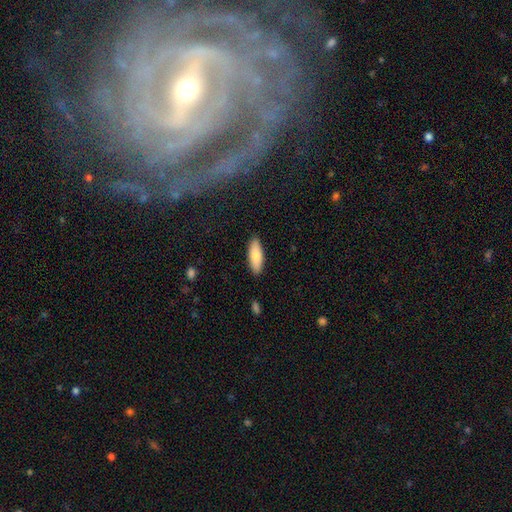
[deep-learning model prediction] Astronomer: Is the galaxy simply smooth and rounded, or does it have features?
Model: smooth — 80%.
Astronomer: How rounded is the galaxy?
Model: in between — 64%.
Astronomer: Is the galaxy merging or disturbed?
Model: none — 89%.